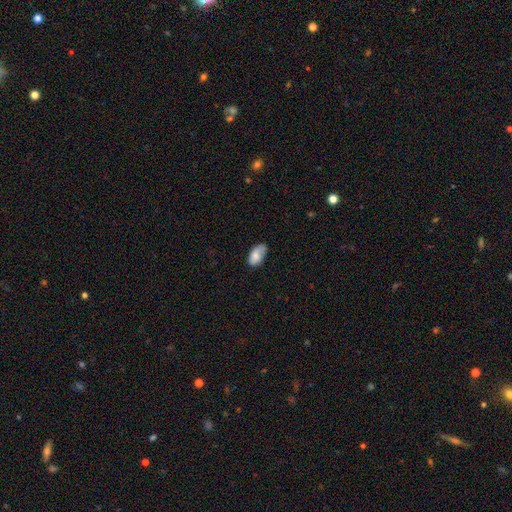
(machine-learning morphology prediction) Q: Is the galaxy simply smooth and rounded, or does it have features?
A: smooth — 76%.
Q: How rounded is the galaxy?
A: in between — 94%.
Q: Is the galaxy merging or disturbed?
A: none — 58%.